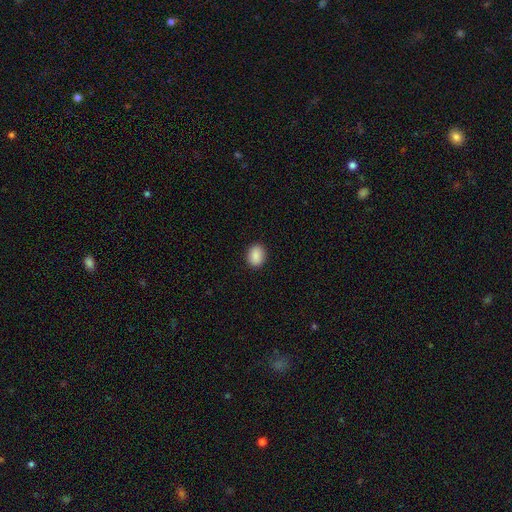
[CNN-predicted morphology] Smooth or featured: smooth — 88% (star or artifact — 8%)
How rounded: in between — 54% (round — 45%)
Merging: none — 90% (minor disturbance — 7%)